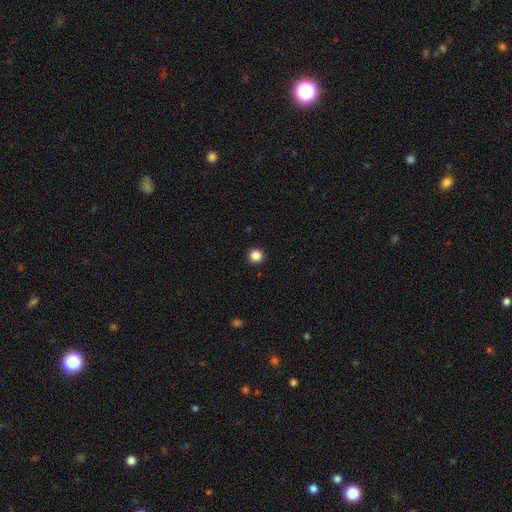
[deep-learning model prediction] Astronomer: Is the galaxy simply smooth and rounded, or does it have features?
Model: smooth — 86%.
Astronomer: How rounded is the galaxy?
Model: round — 96%.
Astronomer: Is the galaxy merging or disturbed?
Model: none — 94%.